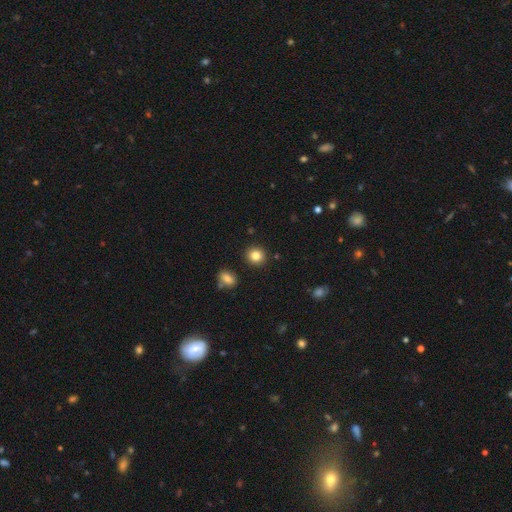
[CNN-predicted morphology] Smooth or featured: smooth — 84% (star or artifact — 10%)
How rounded: round — 88% (in between — 11%)
Merging: none — 90% (minor disturbance — 6%)